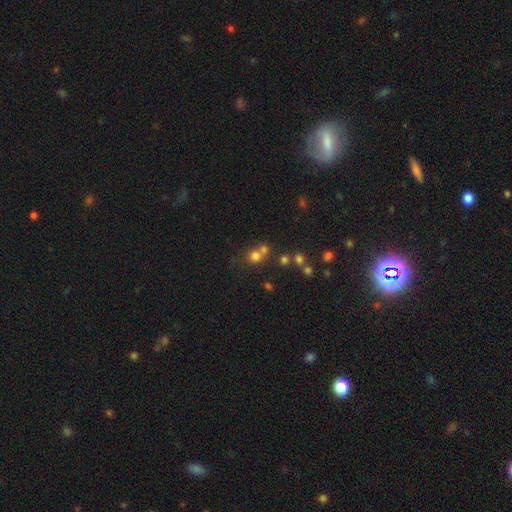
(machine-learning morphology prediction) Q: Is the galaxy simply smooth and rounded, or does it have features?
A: smooth — 69%.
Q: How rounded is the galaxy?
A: round — 84%.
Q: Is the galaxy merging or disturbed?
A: none — 48%.